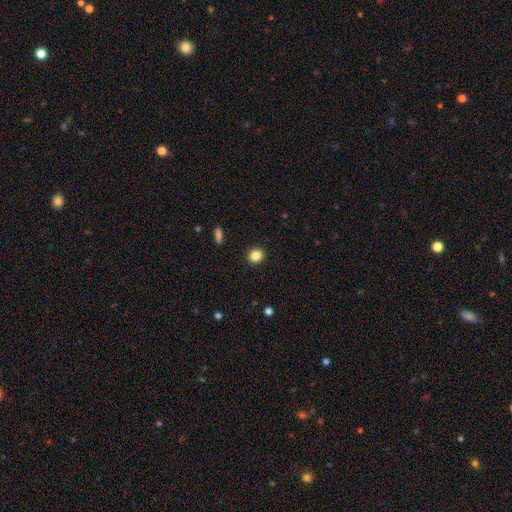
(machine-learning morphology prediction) Smooth or featured? smooth (85%)
How rounded? round (79%)
Merging? none (92%)